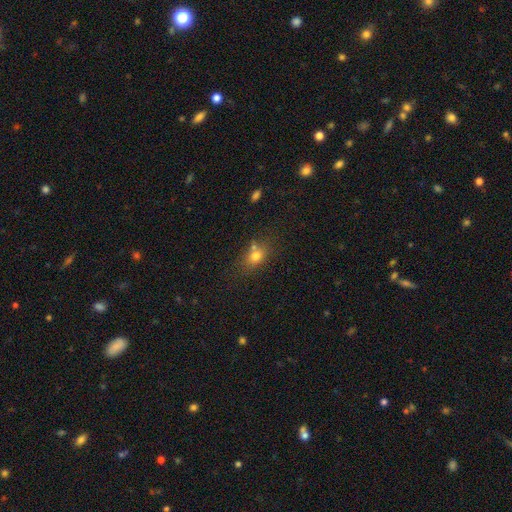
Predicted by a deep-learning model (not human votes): Smooth or featured?
  - smooth: 75% *
  - star or artifact: 13%
  - featured or disk: 12%
How rounded?
  - in between: 63% *
  - round: 34%
  - cigar-shaped: 3%
Merging?
  - none: 56% *
  - merger: 23%
  - minor disturbance: 15%
  - major disturbance: 6%